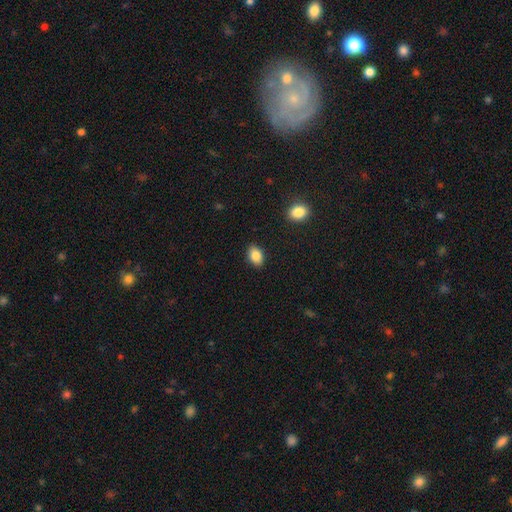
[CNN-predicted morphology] This is clearly a smooth galaxy (86%). How rounded: clearly in between (86%). Merging: clearly none (88%).